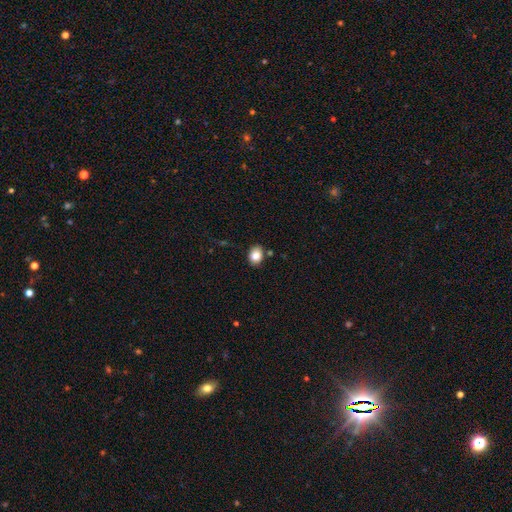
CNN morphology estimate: This appears to be a smooth galaxy with no disk features (83%) that is in between round and cigar-shaped (60%). Merging: none (82%).